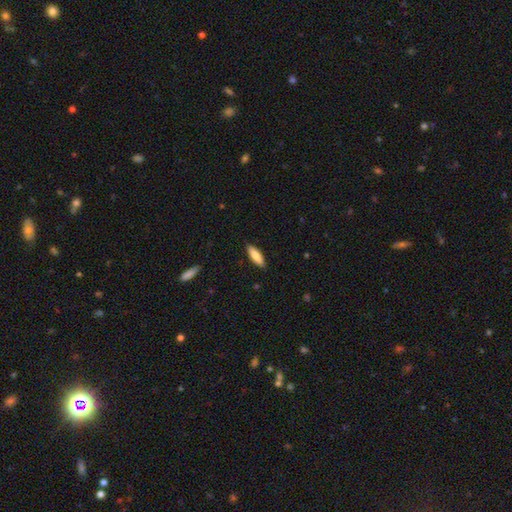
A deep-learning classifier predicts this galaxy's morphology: A smooth galaxy with no disk features (80%) that is cigar-shaped (53%). Merging: none (89%).